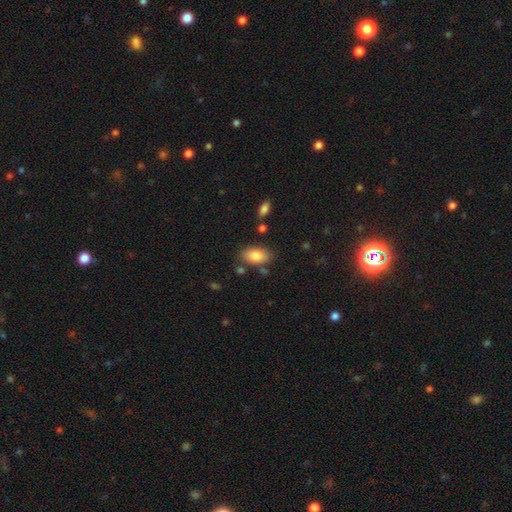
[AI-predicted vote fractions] Smooth or featured?
  - smooth: 84% *
  - featured or disk: 9%
  - star or artifact: 7%
How rounded?
  - in between: 93% *
  - round: 5%
  - cigar-shaped: 3%
Merging?
  - none: 79% *
  - minor disturbance: 13%
  - merger: 5%
  - major disturbance: 3%